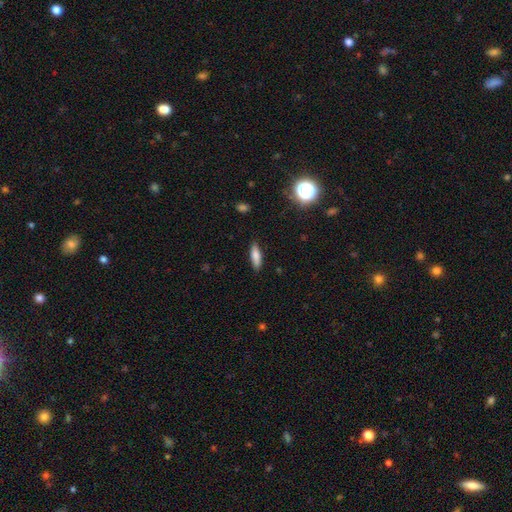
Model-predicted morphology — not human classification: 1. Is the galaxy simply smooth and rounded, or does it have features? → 79% smooth, 13% featured or disk, 8% star or artifact.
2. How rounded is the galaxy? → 50% cigar-shaped, 48% in between, 2% round.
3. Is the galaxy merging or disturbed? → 86% none, 11% minor disturbance, 2% major disturbance, 1% merger.